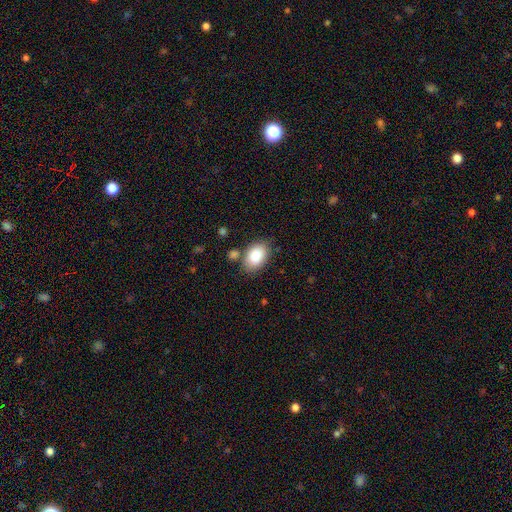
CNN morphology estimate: The model was most divided on "merging": none: 75%, minor disturbance: 15%, merger: 6%, major disturbance: 4%. More confident: how rounded — in between (90%); smooth or featured — smooth (87%).